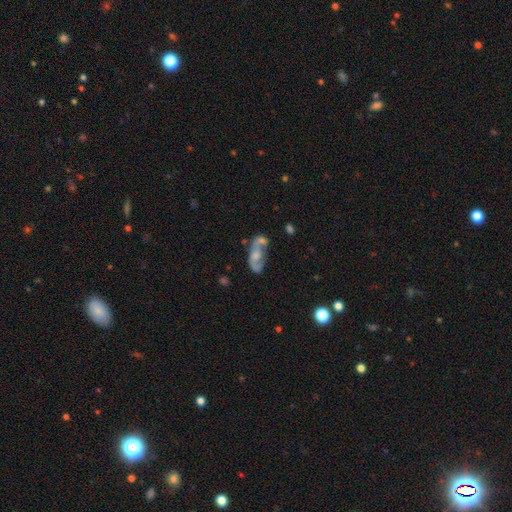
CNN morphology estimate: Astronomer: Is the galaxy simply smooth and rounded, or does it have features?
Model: featured or disk — 60%.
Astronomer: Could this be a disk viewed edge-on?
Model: no — 92%.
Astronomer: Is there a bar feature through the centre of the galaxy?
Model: no — 75%.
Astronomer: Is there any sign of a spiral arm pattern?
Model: yes — 59% (runner-up: no, 41%).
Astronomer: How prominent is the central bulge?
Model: moderate — 45% (runner-up: small, 30%).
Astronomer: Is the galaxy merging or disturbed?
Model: none — 33% (runner-up: merger, 27%).